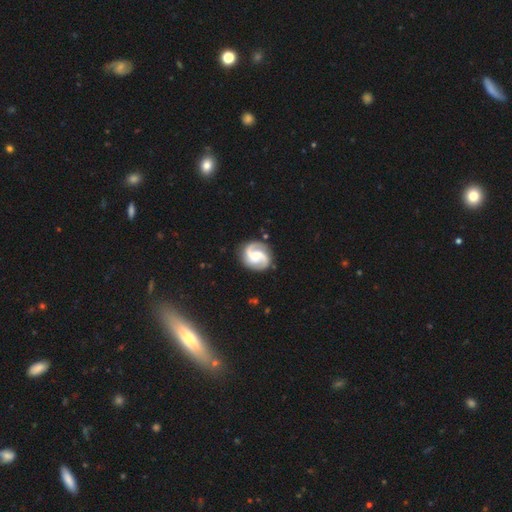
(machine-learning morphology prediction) A featured or disk galaxy (90%) with no bar (45%), 2 (90%) medium (53%) spiral arms (98%) and a moderate central bulge (44%).

Vote fractions:
- Smooth or featured? featured or disk: 90% / smooth: 6% / star or artifact: 4%
- Edge-on disk? no: 98% / yes: 2%
- Bar? no: 45% / weak: 40% / strong: 15%
- Spiral arms? yes: 98% / no: 2%
- Spiral winding? medium: 53% / tight: 28% / loose: 19%
- Spiral arm count? 2: 90% / 3: 4% / can't tell: 2% / 1: 2% / 4: 1% / more than 4: 1%
- Bulge size? moderate: 44% / small: 37% / none: 9% / large: 8% / dominant: 2%
- Merging? none: 84% / minor disturbance: 11% / major disturbance: 4% / merger: 1%